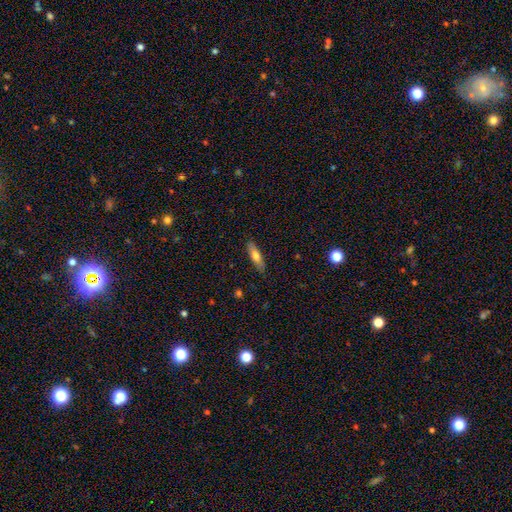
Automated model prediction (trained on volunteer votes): Morphology: type=smooth (67%); roundness=cigar-shaped (64%); merging=none (88%).